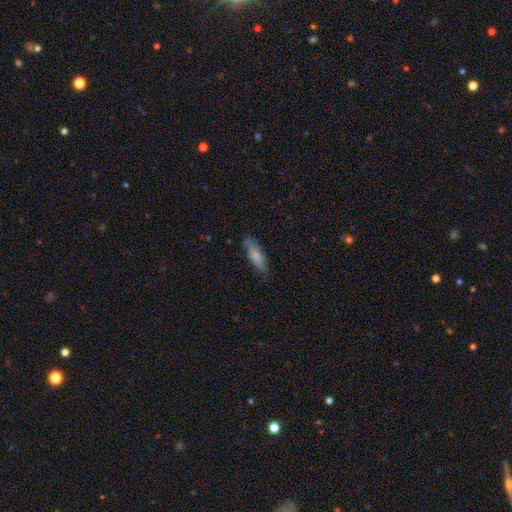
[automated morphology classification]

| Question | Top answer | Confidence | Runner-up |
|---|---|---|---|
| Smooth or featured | smooth | 67% | featured or disk (26%) |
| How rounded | in between | 60% | cigar-shaped (38%) |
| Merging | none | 67% | minor disturbance (24%) |